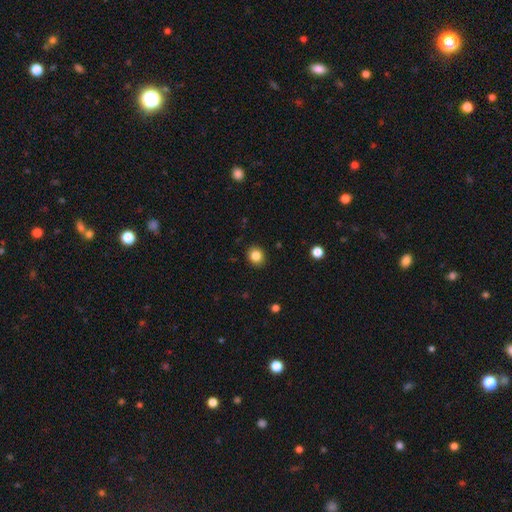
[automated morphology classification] A smooth galaxy with no disk features (84%) that is round (79%). Merging: none (91%).